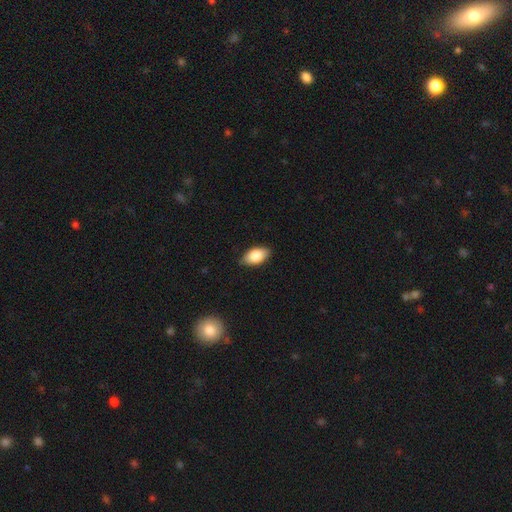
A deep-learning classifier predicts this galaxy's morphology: A smooth galaxy with no disk features (82%) that is in between round and cigar-shaped (93%).

Vote fractions:
- Smooth or featured? smooth: 82% / featured or disk: 12% / star or artifact: 6%
- How rounded? in between: 93% / round: 5% / cigar-shaped: 3%
- Merging? none: 84% / minor disturbance: 13% / major disturbance: 2% / merger: 1%